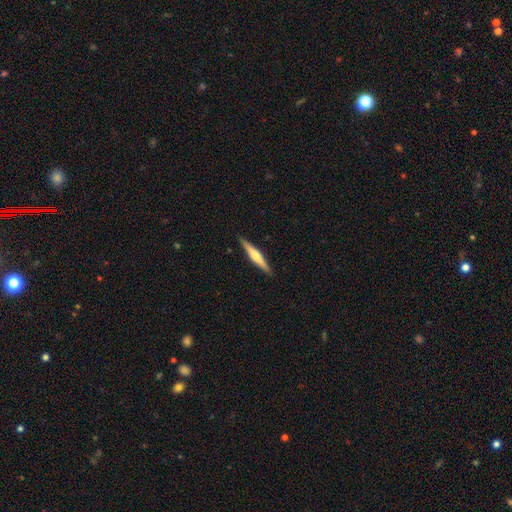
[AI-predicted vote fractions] smooth-or-featured: featured or disk: 63% | smooth: 32% | star or artifact: 5%
  disk-edge-on: yes: 98% | no: 2%
    edge-on-bulge: rounded: 84% | boxy: 8% | none: 8%
  merging: none: 91% | minor disturbance: 6% | major disturbance: 1% | merger: 1%